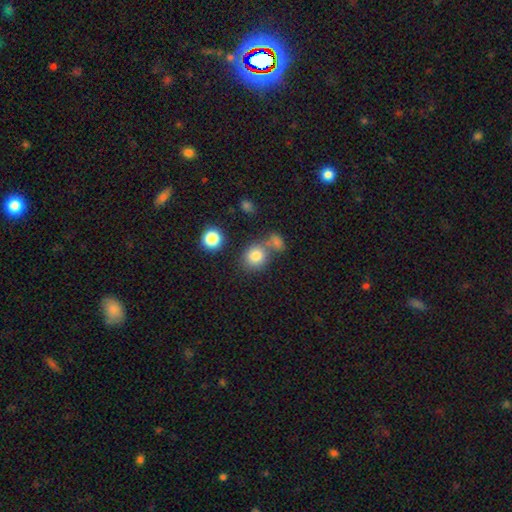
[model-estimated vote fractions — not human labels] smooth 80%, star or artifact 12%, featured or disk 8%. Down the decision tree: how rounded — round (74%); merging — none (58%).